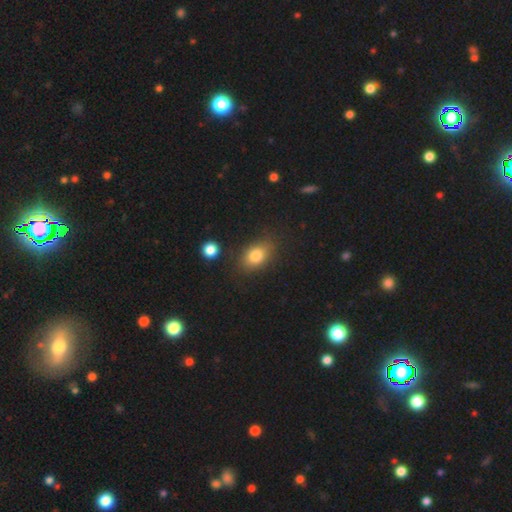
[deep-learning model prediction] Smooth or featured? smooth (80%)
How rounded? in between (76%)
Merging? none (80%)